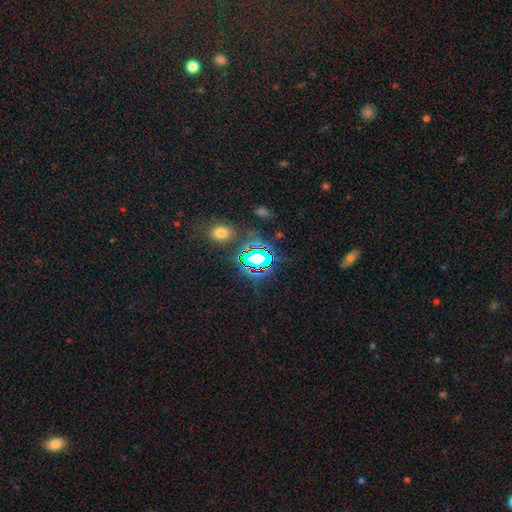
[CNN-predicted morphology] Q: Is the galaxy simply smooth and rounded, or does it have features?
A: star or artifact — 65%.